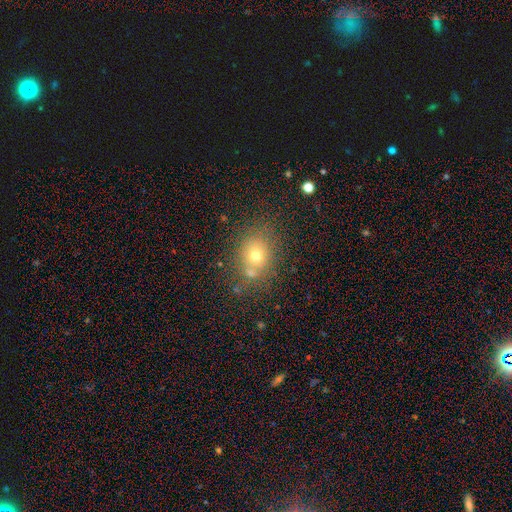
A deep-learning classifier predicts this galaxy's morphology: smooth_or_featured: smooth (p=0.68) [alt: star or artifact p=0.17]
how_rounded: round (p=0.58) [alt: in between p=0.41]
merging: none (p=0.64) [alt: merger p=0.17]